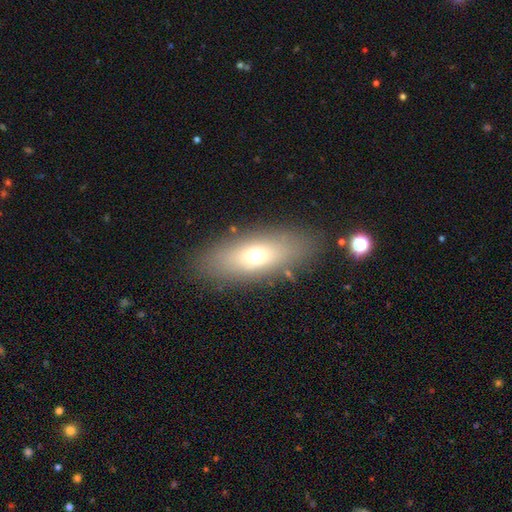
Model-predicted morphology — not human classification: A smooth galaxy with no disk features (63%) that is in between round and cigar-shaped (70%). Merging: none (83%).